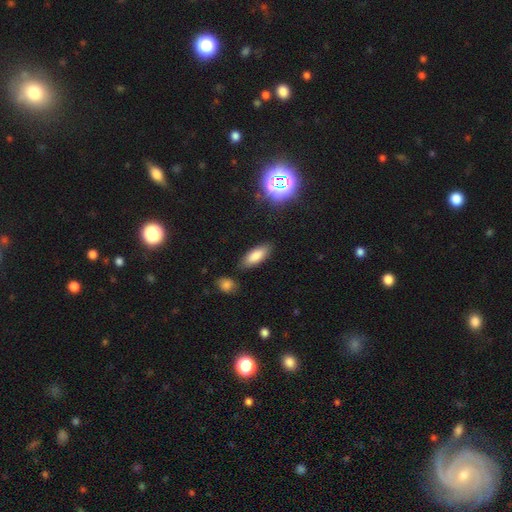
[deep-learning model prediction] The model was most divided on "how rounded": in between: 78%, cigar-shaped: 20%, round: 2%. More confident: merging — none (84%); smooth or featured — smooth (81%).